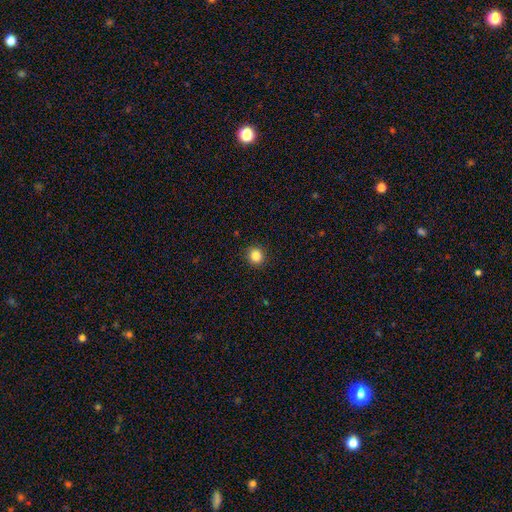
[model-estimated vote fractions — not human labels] This appears to be a smooth galaxy with no disk features (86%) that is round (91%). Merging: none (91%).